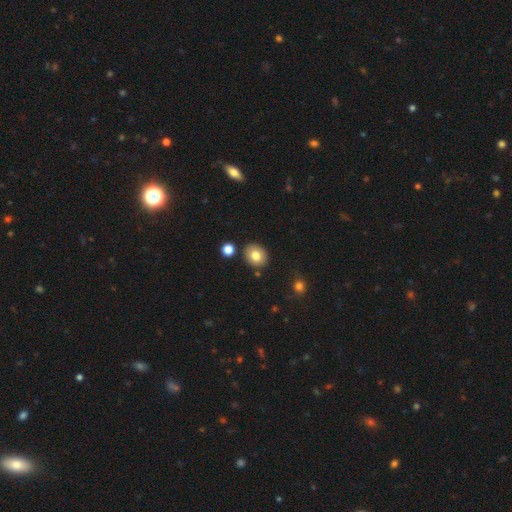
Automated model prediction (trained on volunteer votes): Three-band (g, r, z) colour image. It shows a smooth galaxy with no disk features (81%) that is round (65%). Merging: none (85%).